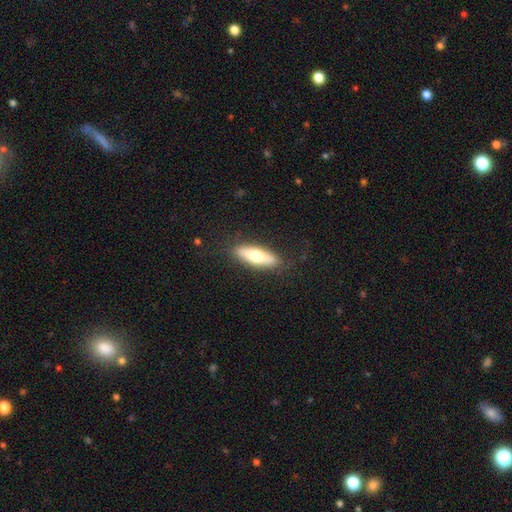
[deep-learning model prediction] A smooth galaxy with no disk features (62%) that is in between round and cigar-shaped (49%, tied with cigar-shaped). Merging: none (84%).